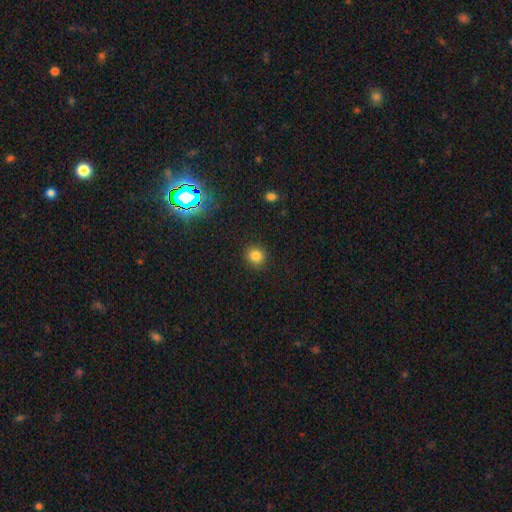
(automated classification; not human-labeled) Smooth or featured?
  - smooth: 82% *
  - star or artifact: 13%
  - featured or disk: 5%
How rounded?
  - round: 87% *
  - in between: 12%
  - cigar-shaped: 1%
Merging?
  - none: 89% *
  - minor disturbance: 7%
  - major disturbance: 2%
  - merger: 1%